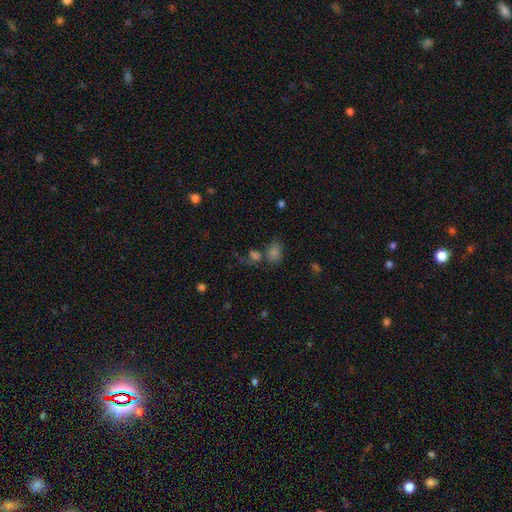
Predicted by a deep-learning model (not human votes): Morphology: type=smooth (56%); roundness=in between (62%); merging=none (51%).